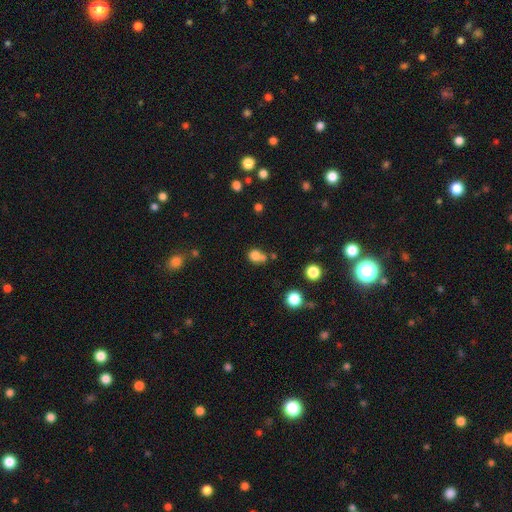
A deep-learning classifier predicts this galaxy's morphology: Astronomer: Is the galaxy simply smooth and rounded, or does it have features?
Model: smooth — 78%.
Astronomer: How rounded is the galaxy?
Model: round — 70%.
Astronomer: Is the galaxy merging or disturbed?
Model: none — 47% (runner-up: merger, 32%).